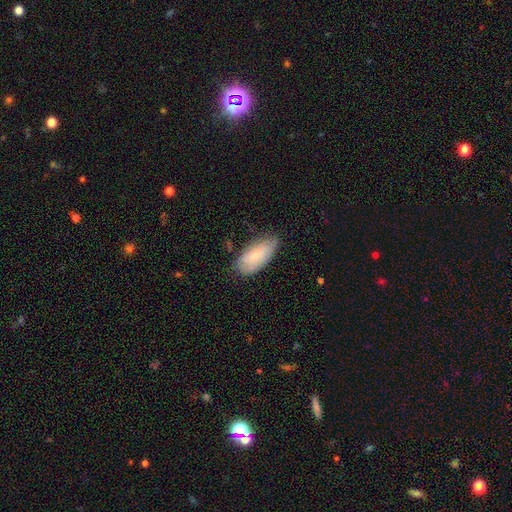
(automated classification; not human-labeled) smooth_or_featured: smooth (p=0.75) [alt: featured or disk p=0.19]
how_rounded: in between (p=0.89) [alt: cigar-shaped p=0.09]
merging: none (p=0.65) [alt: minor disturbance p=0.28]